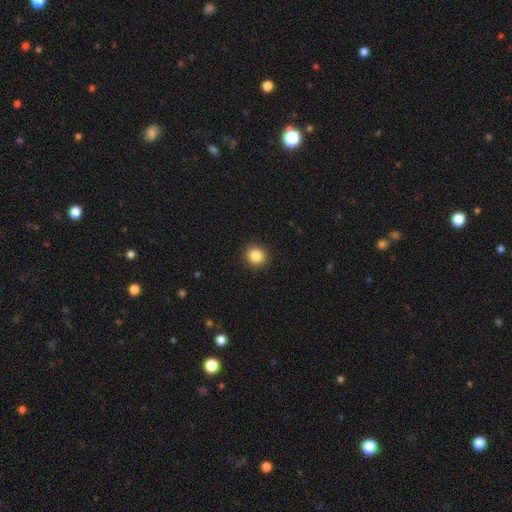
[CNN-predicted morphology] Smooth or featured?
  - smooth: 86% *
  - star or artifact: 10%
  - featured or disk: 4%
How rounded?
  - round: 92% *
  - in between: 7%
  - cigar-shaped: 1%
Merging?
  - none: 93% *
  - minor disturbance: 5%
  - major disturbance: 2%
  - merger: 1%